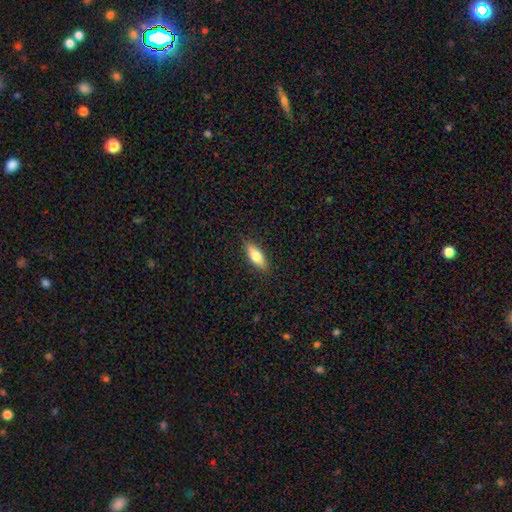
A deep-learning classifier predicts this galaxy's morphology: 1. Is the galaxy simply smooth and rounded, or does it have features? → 74% smooth, 20% featured or disk, 6% star or artifact.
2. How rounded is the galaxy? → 65% in between, 33% cigar-shaped, 2% round.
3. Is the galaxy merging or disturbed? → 88% none, 9% minor disturbance, 2% major disturbance, 1% merger.